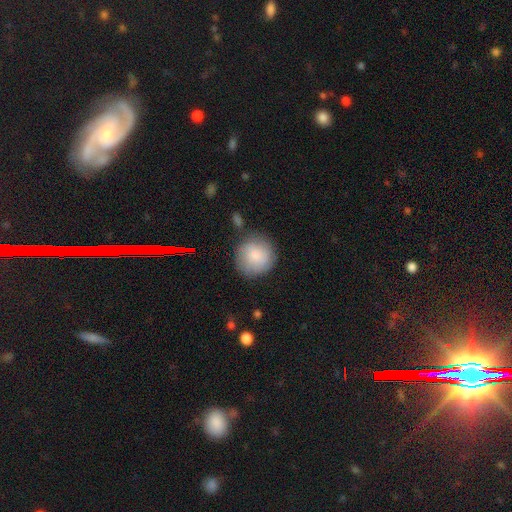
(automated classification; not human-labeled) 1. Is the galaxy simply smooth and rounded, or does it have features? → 78% smooth, 15% featured or disk, 7% star or artifact.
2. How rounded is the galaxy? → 93% round, 6% in between, 1% cigar-shaped.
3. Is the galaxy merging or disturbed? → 75% none, 16% minor disturbance, 5% major disturbance, 4% merger.